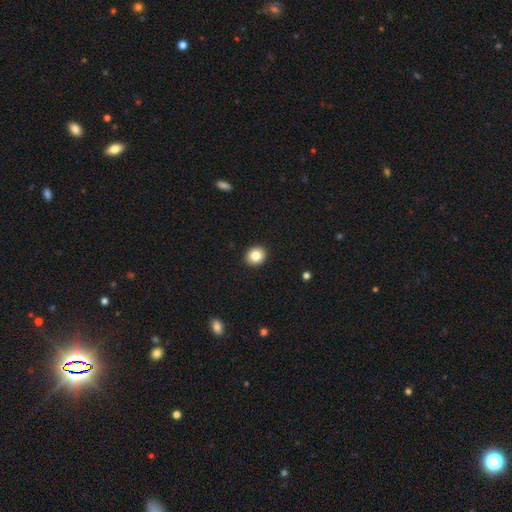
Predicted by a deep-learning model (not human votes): This is clearly a smooth galaxy (84%). How rounded: clearly round (81%). Merging: clearly none (93%).